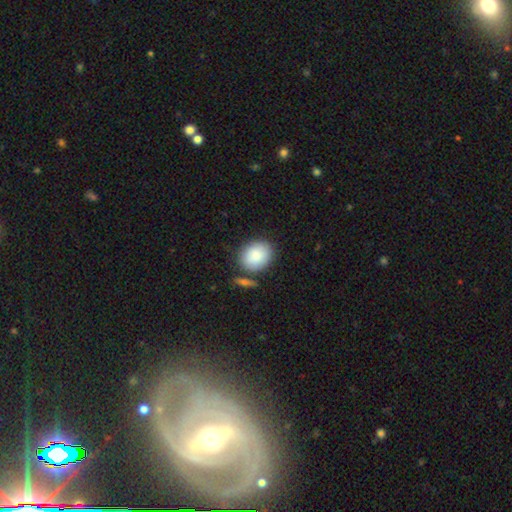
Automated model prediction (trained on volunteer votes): Overall: smooth (88%). How rounded: in between (53%; round 45%). Merging: none (73%).